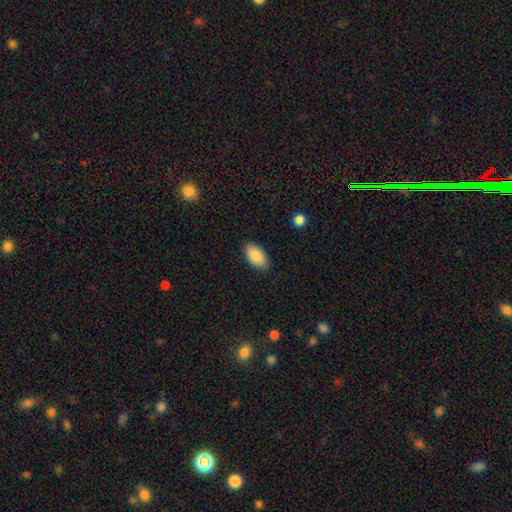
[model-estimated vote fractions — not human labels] Smooth or featured: smooth — 88% (star or artifact — 6%)
How rounded: in between — 95% (round — 4%)
Merging: none — 87% (minor disturbance — 9%)